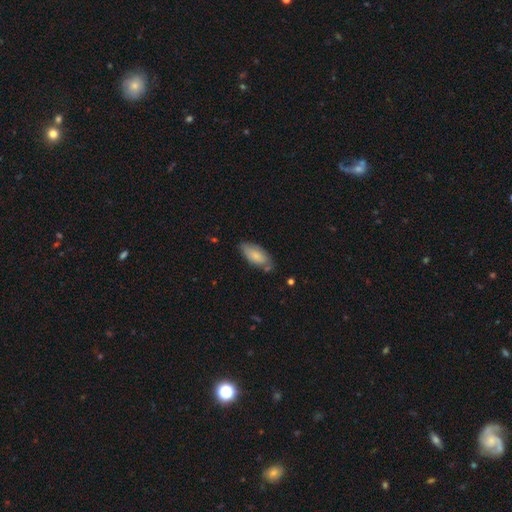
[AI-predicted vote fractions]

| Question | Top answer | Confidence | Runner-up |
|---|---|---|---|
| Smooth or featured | smooth | 79% | featured or disk (15%) |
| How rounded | in between | 86% | cigar-shaped (12%) |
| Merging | none | 66% | minor disturbance (25%) |